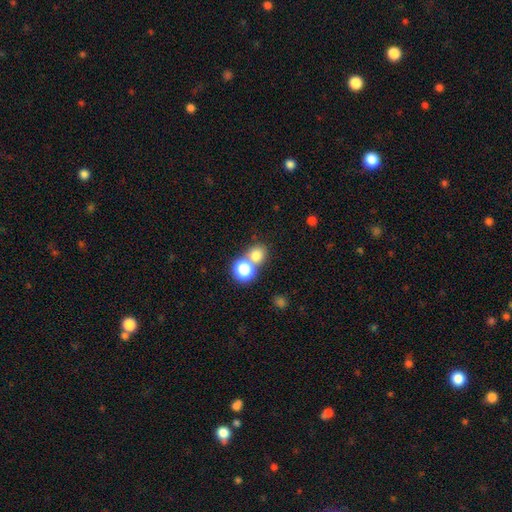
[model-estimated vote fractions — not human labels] Smooth or featured? Predicted: smooth (p=0.76). How rounded? Predicted: round (p=0.79). Merging? Predicted: none (p=0.45, tied with merger).